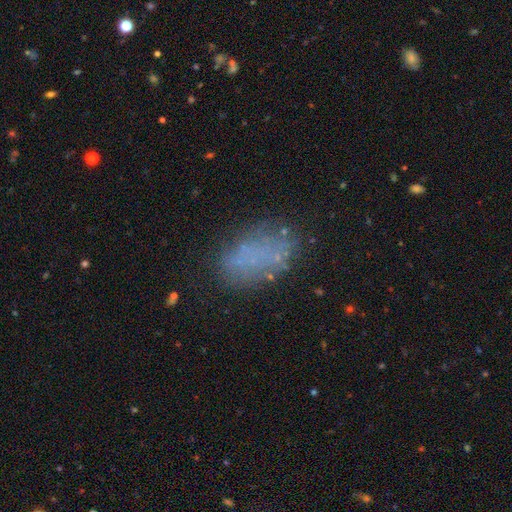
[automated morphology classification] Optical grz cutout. It shows a smooth galaxy with no disk features (55%) that is in between round and cigar-shaped (89%). Merging: none (69%).